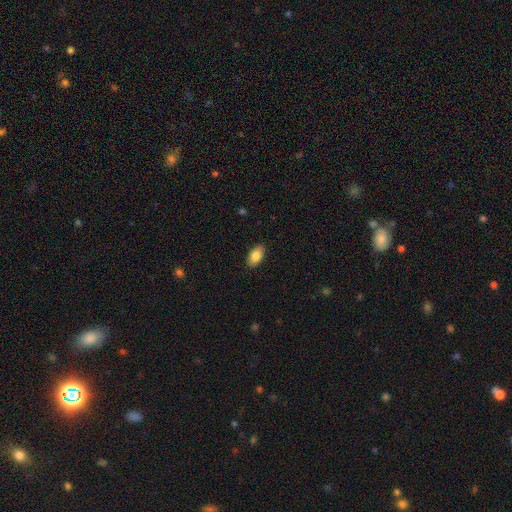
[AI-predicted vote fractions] Morphology: type=smooth (86%); roundness=in between (93%); merging=none (89%).